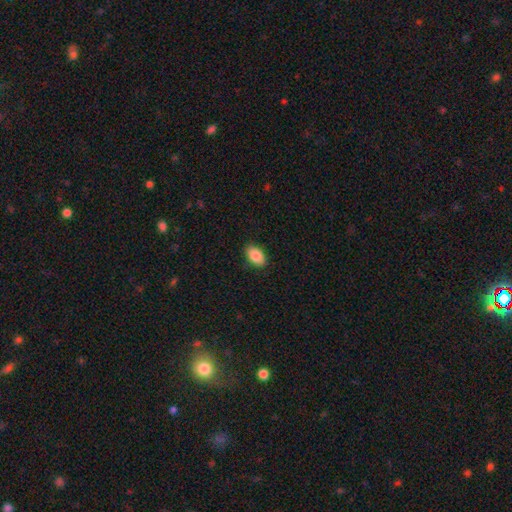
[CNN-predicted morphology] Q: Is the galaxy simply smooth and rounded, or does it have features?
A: smooth — 88%.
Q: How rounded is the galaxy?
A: in between — 92%.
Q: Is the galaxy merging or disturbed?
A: none — 88%.